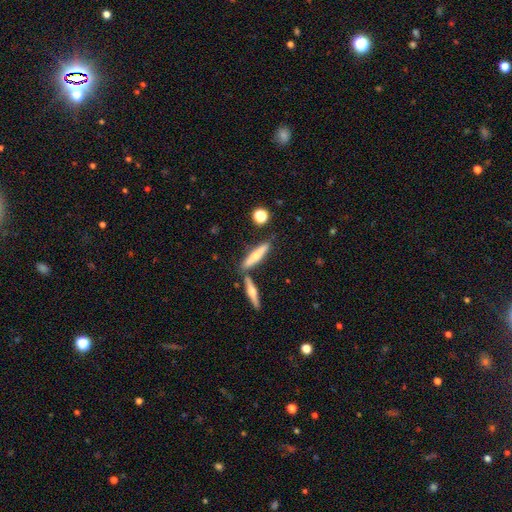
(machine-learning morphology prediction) Smooth or featured? Predicted: smooth (p=0.54). How rounded? Predicted: cigar-shaped (p=0.85). Merging? Predicted: none (p=0.73).